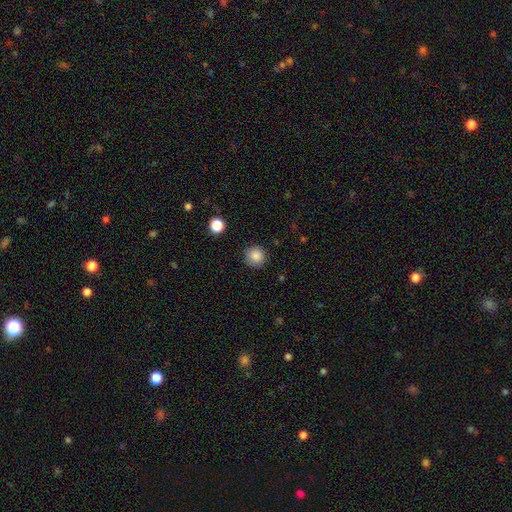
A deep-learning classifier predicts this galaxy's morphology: Smooth or featured? smooth (86%)
How rounded? round (94%)
Merging? none (89%)